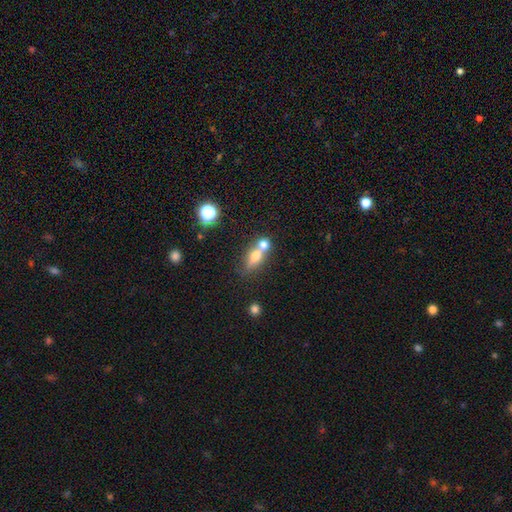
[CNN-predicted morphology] Q: Smooth or featured?
A: smooth (64%); runner-up: featured or disk (24%)
Q: How rounded?
A: in between (59%); runner-up: round (26%)
Q: Merging?
A: merger (55%); runner-up: none (32%)